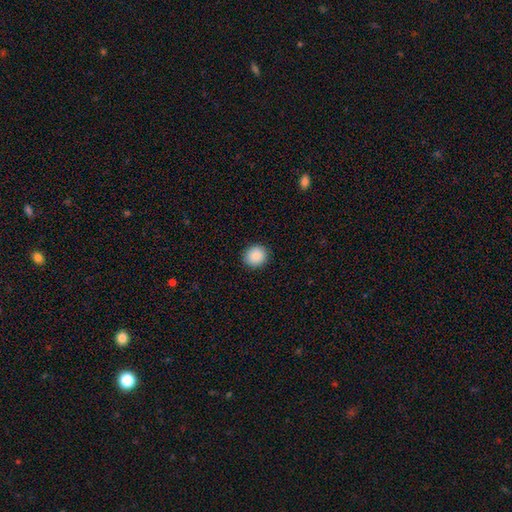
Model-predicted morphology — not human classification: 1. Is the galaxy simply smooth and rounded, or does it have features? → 89% smooth, 8% star or artifact, 3% featured or disk.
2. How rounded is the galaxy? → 90% round, 9% in between, 1% cigar-shaped.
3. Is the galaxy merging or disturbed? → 92% none, 5% minor disturbance, 2% major disturbance, 1% merger.